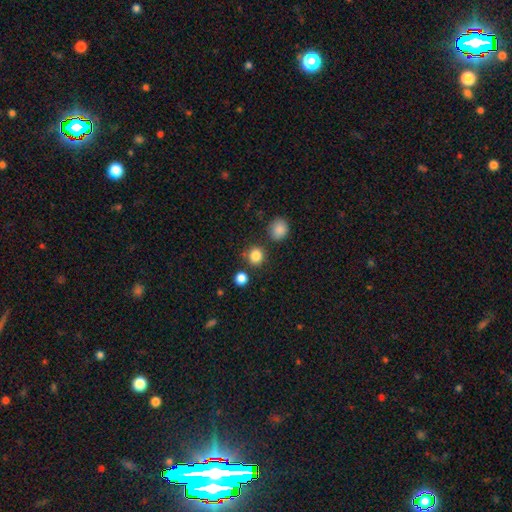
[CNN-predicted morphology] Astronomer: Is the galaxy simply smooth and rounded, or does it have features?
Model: smooth — 83%.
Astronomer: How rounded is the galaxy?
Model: round — 87%.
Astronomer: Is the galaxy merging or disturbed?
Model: none — 81%.